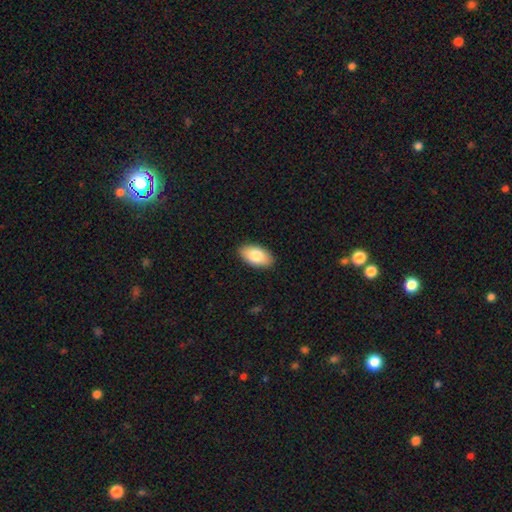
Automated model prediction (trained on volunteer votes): Smooth or featured? Predicted: smooth (p=0.81). How rounded? Predicted: in between (p=0.94). Merging? Predicted: none (p=0.89).